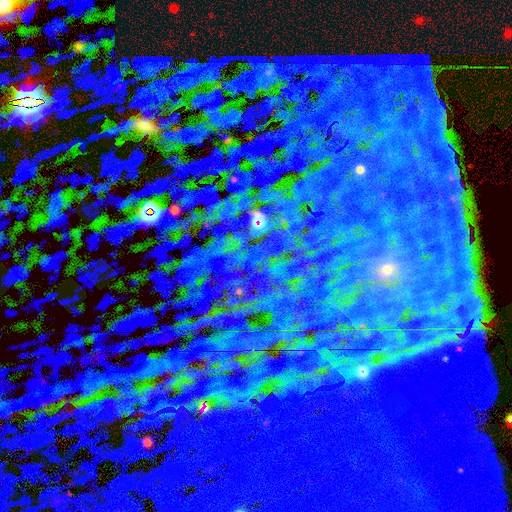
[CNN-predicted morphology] Smooth or featured? star or artifact (80%)